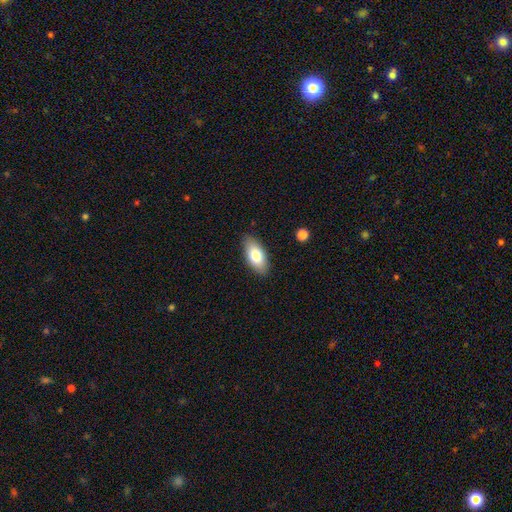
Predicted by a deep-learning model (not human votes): The model was most divided on "smooth or featured": smooth: 78%, featured or disk: 15%, star or artifact: 6%. More confident: how rounded — in between (90%); merging — none (87%).